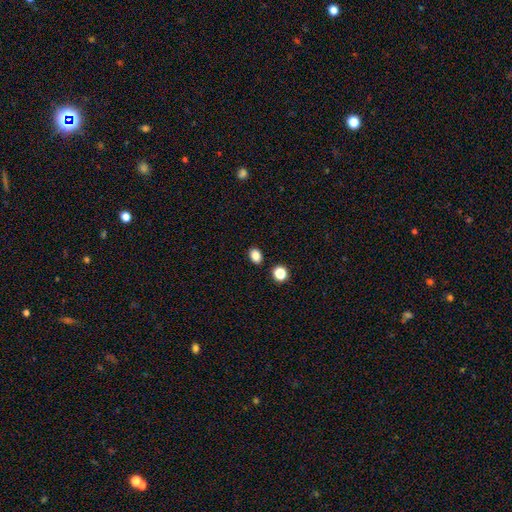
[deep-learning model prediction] This is clearly a smooth galaxy (85%). How rounded: likely in between (70%). Merging: clearly none (87%).